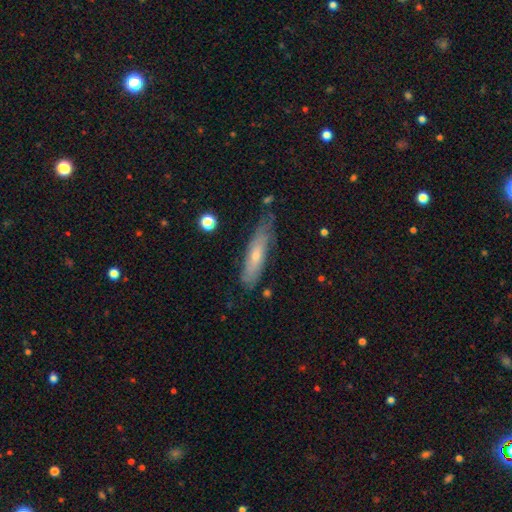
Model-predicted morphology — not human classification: A smooth galaxy with no disk features (47%).

Vote fractions:
- Smooth or featured? smooth: 47% / featured or disk: 46% / star or artifact: 7%
- Merging? none: 66% / minor disturbance: 25% / major disturbance: 6% / merger: 3%